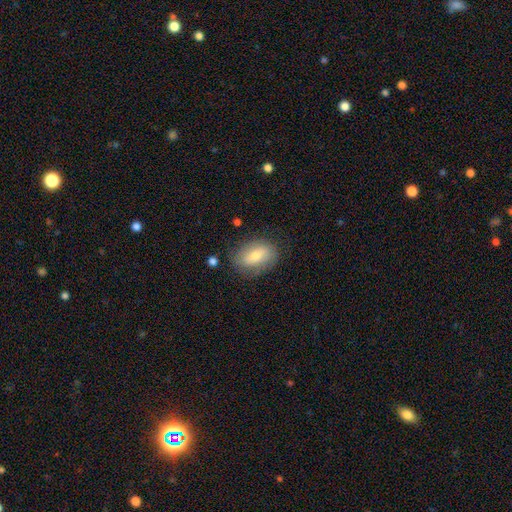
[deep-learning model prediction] smooth_or_featured: smooth (p=0.68) [alt: featured or disk p=0.25]
how_rounded: in between (p=0.85) [alt: round p=0.13]
merging: none (p=0.76) [alt: minor disturbance p=0.17]